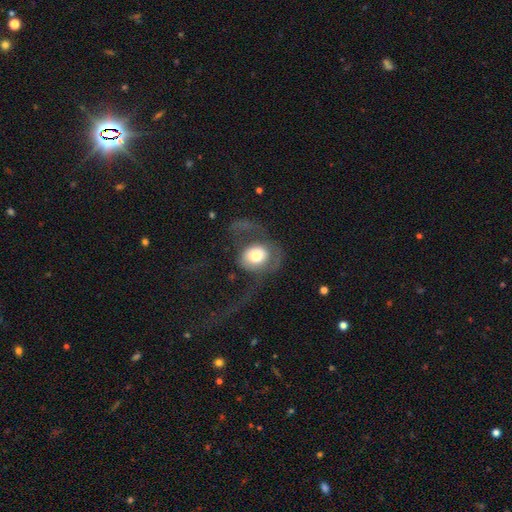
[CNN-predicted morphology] This appears to be a smooth galaxy with no disk features (55%) that is round (57%). Merging: major disturbance (62%).